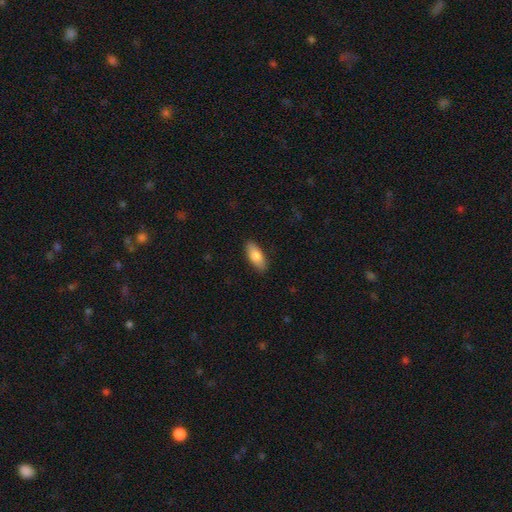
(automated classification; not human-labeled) Q: Smooth or featured?
A: smooth (82%); runner-up: featured or disk (12%)
Q: How rounded?
A: in between (79%); runner-up: cigar-shaped (18%)
Q: Merging?
A: none (87%); runner-up: minor disturbance (10%)